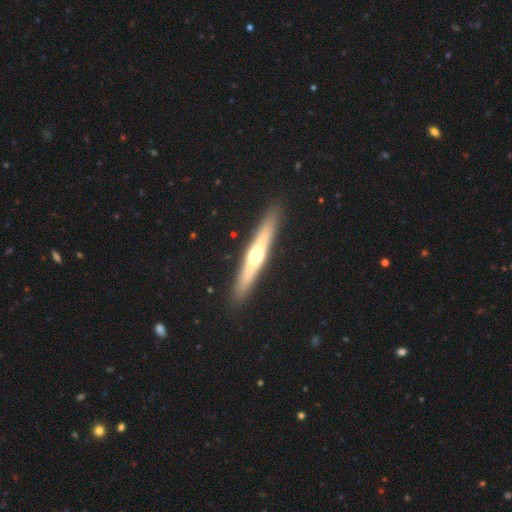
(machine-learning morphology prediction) A featured or disk galaxy (59%) viewed edge-on (95%) with a rounded central bulge (89%). Merging: none (91%).